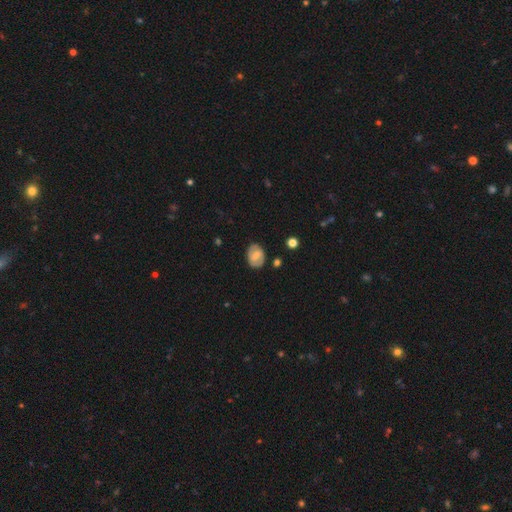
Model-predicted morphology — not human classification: smooth-or-featured: smooth: 48% | featured or disk: 45% | star or artifact: 8%
  merging: none: 78% | minor disturbance: 15% | major disturbance: 4% | merger: 2%